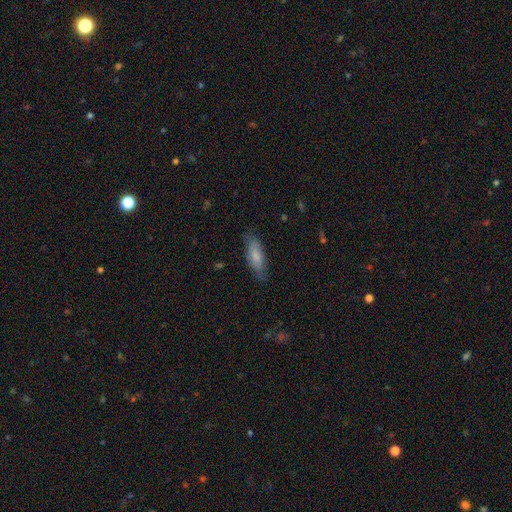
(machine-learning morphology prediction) Overall: smooth (73%). How rounded: in between (62%; cigar-shaped 36%). Merging: none (75%).